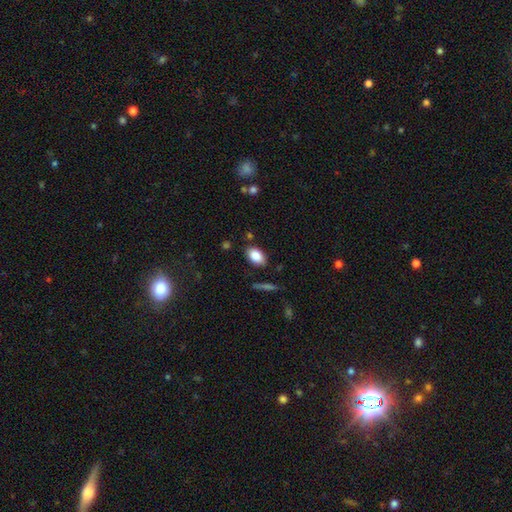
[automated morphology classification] Smooth or featured? smooth (85%)
How rounded? in between (90%)
Merging? none (84%)